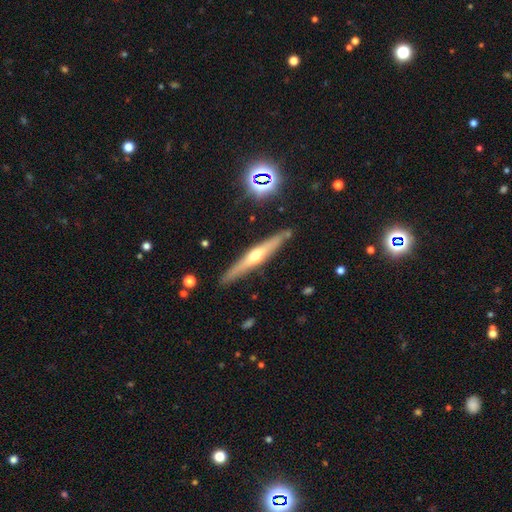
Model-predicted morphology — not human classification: Smooth or featured? Predicted: featured or disk (p=0.66). Edge-on disk? Predicted: yes (p=0.95). Edge-on bulge? Predicted: rounded (p=0.87). Merging? Predicted: none (p=0.88).